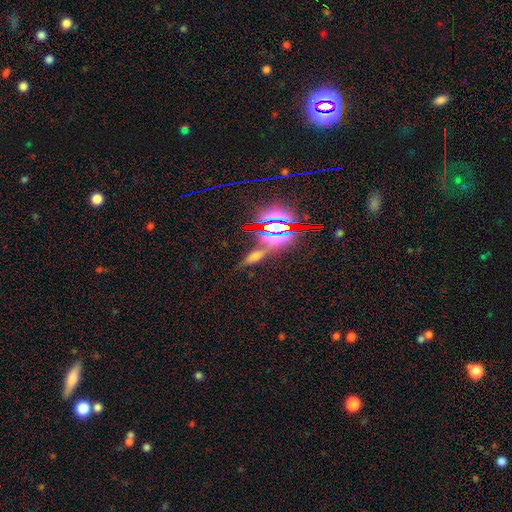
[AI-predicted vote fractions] Smooth or featured? star or artifact (45%)